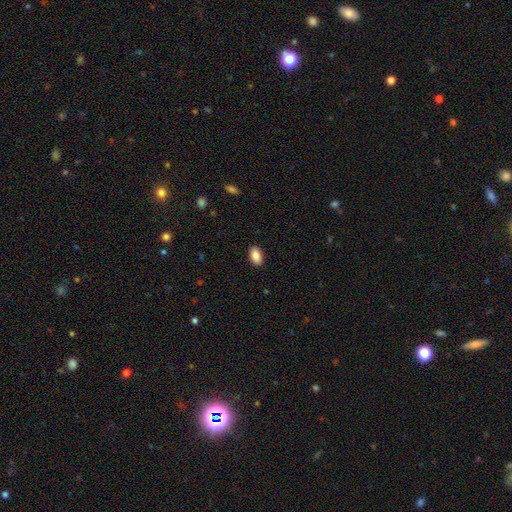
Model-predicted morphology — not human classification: This is clearly a smooth galaxy (88%). How rounded: clearly in between (93%). Merging: clearly none (90%).